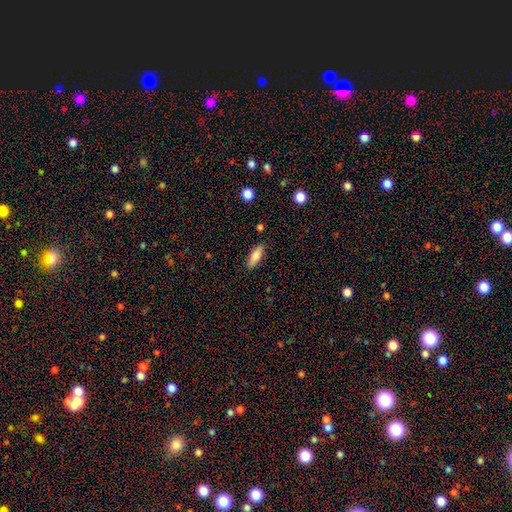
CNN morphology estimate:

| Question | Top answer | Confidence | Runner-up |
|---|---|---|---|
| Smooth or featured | smooth | 81% | featured or disk (12%) |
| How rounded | in between | 67% | cigar-shaped (31%) |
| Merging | none | 86% | minor disturbance (10%) |